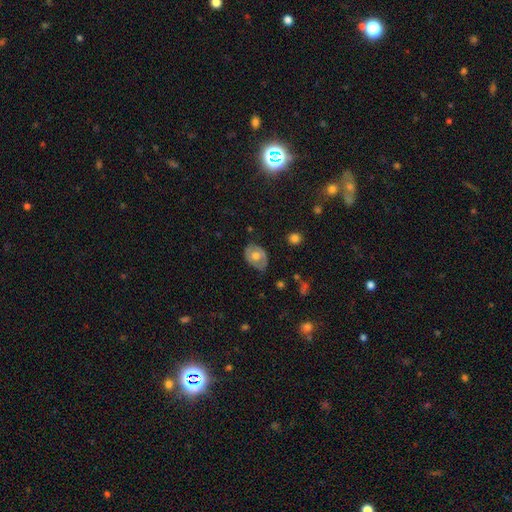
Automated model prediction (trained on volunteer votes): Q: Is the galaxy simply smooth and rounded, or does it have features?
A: smooth — 52%.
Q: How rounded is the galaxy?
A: in between — 71%.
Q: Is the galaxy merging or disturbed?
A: none — 70%.